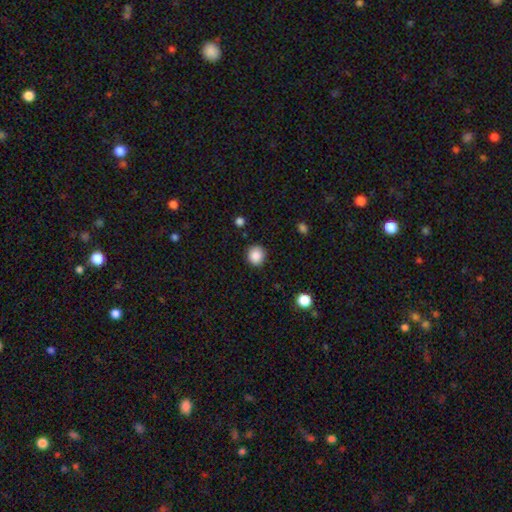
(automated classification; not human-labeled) This is clearly a smooth galaxy (87%). How rounded: clearly round (86%). Merging: clearly none (88%).